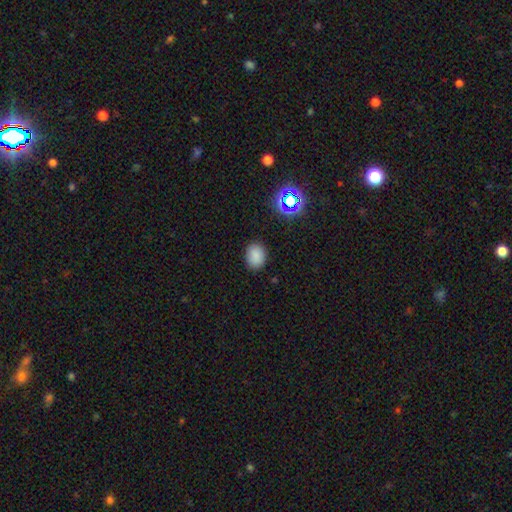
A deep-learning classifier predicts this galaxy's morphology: This is clearly a smooth galaxy (82%). How rounded: possibly in between (51%). Merging: clearly none (86%).